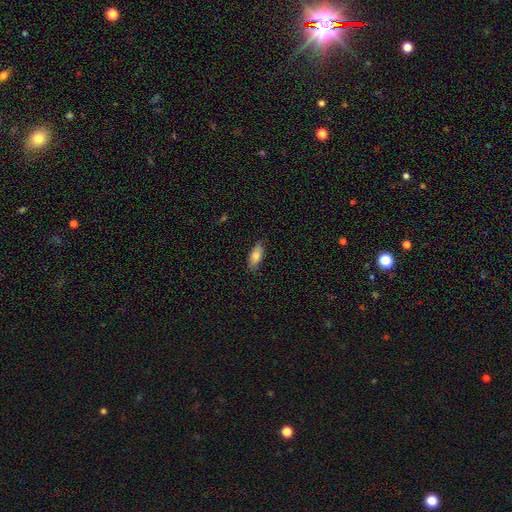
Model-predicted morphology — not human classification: Smooth or featured?
  - smooth: 81% *
  - featured or disk: 13%
  - star or artifact: 6%
How rounded?
  - in between: 82% *
  - cigar-shaped: 16%
  - round: 2%
Merging?
  - none: 85% *
  - minor disturbance: 12%
  - major disturbance: 2%
  - merger: 1%